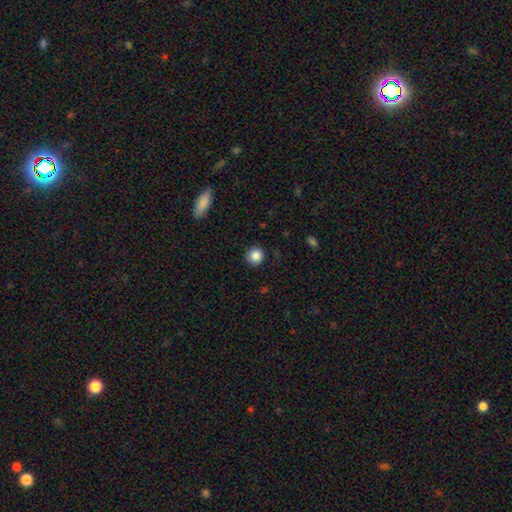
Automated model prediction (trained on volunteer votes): Overall: smooth (87%). How rounded: round (93%). Merging: none (89%).